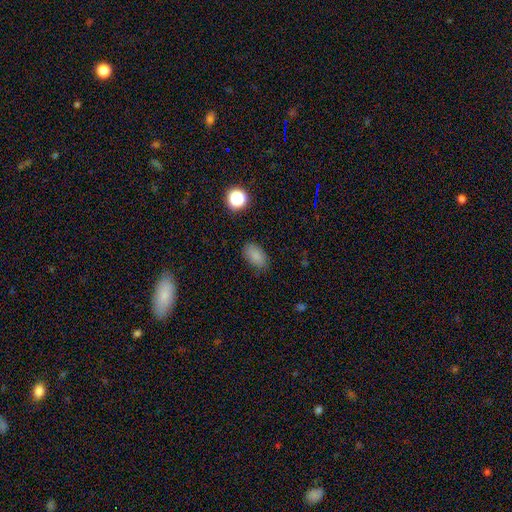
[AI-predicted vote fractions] A smooth galaxy with no disk features (83%) that is in between round and cigar-shaped (90%).

Vote fractions:
- Smooth or featured? smooth: 83% / star or artifact: 11% / featured or disk: 6%
- How rounded? in between: 90% / round: 8% / cigar-shaped: 2%
- Merging? none: 80% / minor disturbance: 15% / major disturbance: 4% / merger: 1%